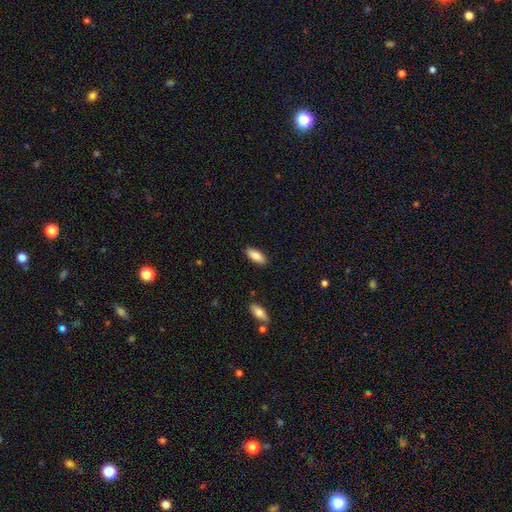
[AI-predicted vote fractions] smooth 84%, featured or disk 9%, star or artifact 6%. Down the decision tree: how rounded — in between (83%); merging — none (88%).